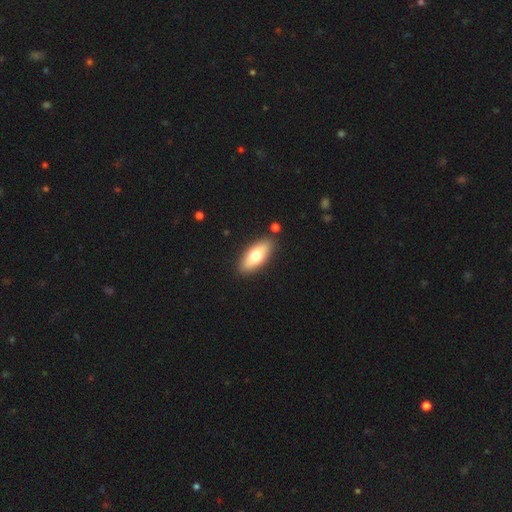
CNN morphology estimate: type=smooth (68%); roundness=in between (79%); merging=none (87%).